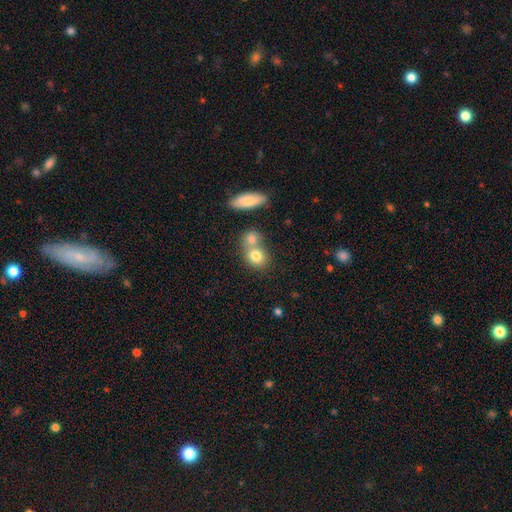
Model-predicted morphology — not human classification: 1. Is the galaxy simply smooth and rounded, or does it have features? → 78% smooth, 12% featured or disk, 9% star or artifact.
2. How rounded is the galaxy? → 61% round, 37% in between, 2% cigar-shaped.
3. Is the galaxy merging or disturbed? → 51% merger, 38% none, 8% minor disturbance, 3% major disturbance.